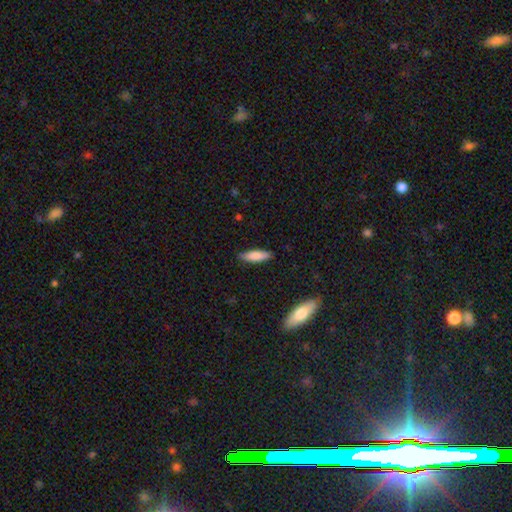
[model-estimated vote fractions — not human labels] smooth-or-featured: smooth: 83% | featured or disk: 11% | star or artifact: 6%
  how-rounded: cigar-shaped: 59% | in between: 39% | round: 1%
  merging: none: 87% | minor disturbance: 10% | major disturbance: 2% | merger: 1%